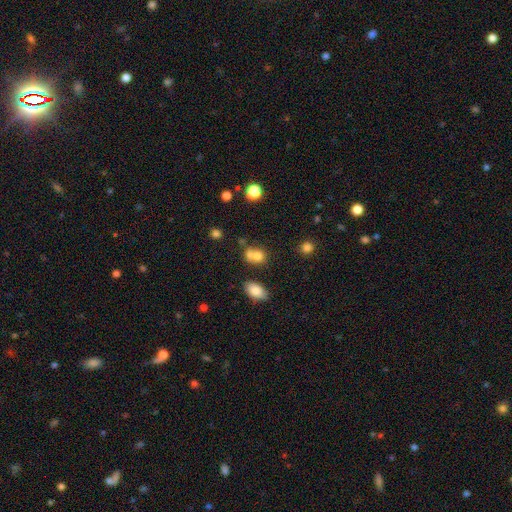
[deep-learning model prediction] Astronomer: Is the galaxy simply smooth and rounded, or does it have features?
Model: smooth — 75%.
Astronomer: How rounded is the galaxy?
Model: round — 63%.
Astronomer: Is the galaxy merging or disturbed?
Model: merger — 50% (runner-up: none, 36%).